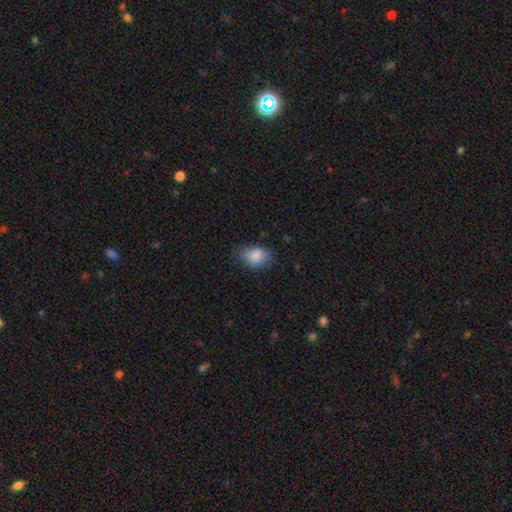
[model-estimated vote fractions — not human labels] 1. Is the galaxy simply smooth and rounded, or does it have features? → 86% smooth, 8% star or artifact, 7% featured or disk.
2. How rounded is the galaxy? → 77% in between, 22% round, 1% cigar-shaped.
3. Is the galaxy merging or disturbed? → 63% none, 29% minor disturbance, 7% major disturbance, 1% merger.